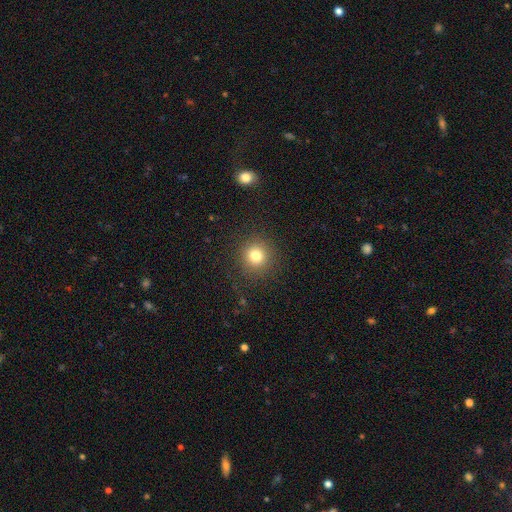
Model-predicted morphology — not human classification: Smooth or featured? Predicted: smooth (p=0.80). How rounded? Predicted: round (p=0.92). Merging? Predicted: none (p=0.87).